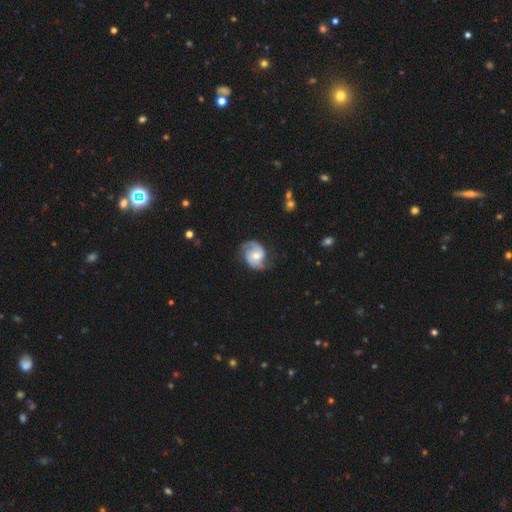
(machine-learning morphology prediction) smooth_or_featured: featured or disk (p=0.80) [alt: smooth p=0.14]
disk_edge_on: no (p=0.97) [alt: yes p=0.03]
bar: no (p=0.51) [alt: weak p=0.39]
has_spiral_arms: yes (p=0.94) [alt: no p=0.06]
spiral_winding: medium (p=0.48) [alt: tight p=0.27]
spiral_arm_count: 2 (p=0.87) [alt: can't tell p=0.06]
bulge_size: moderate (p=0.60) [alt: small p=0.33]
merging: none (p=0.70) [alt: minor disturbance p=0.20]